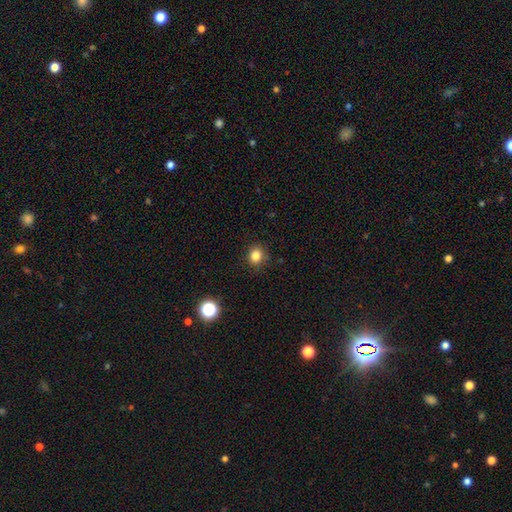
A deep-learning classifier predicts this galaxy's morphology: This is clearly a smooth galaxy (83%). How rounded: likely round (77%). Merging: clearly none (86%).